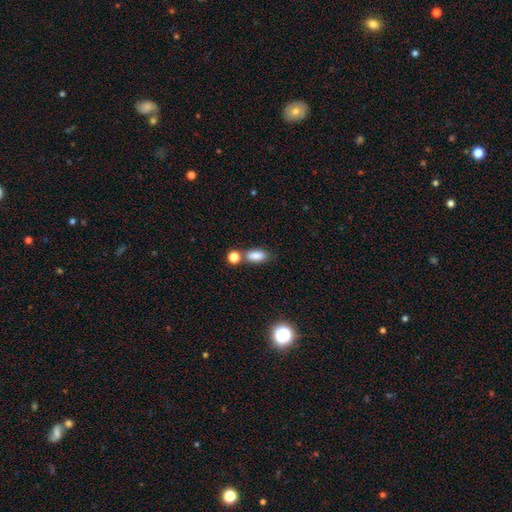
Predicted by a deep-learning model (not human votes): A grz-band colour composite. It shows a smooth galaxy with no disk features (84%) that is in between round and cigar-shaped (81%). Merging: none (57%).